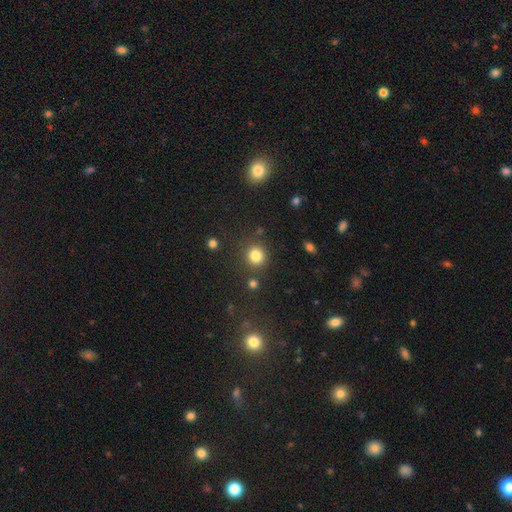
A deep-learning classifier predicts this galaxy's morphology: A smooth galaxy with no disk features (82%) that is round (89%).

Vote fractions:
- Smooth or featured? smooth: 82% / star or artifact: 13% / featured or disk: 5%
- How rounded? round: 89% / in between: 10% / cigar-shaped: 1%
- Merging? none: 84% / minor disturbance: 8% / merger: 5% / major disturbance: 3%